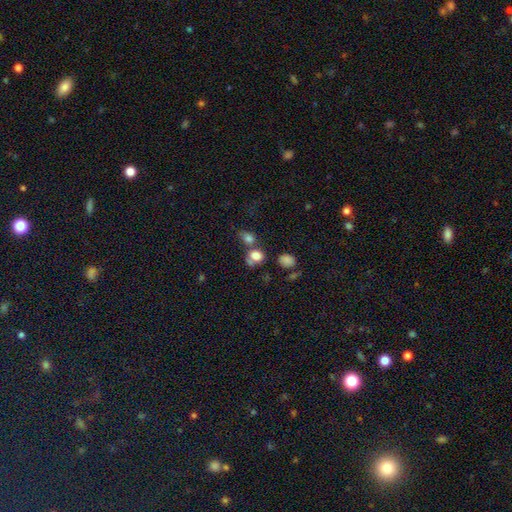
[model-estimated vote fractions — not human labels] Overall: smooth (77%). How rounded: round (54%; in between 44%). Merging: none (41%; merger 37%).